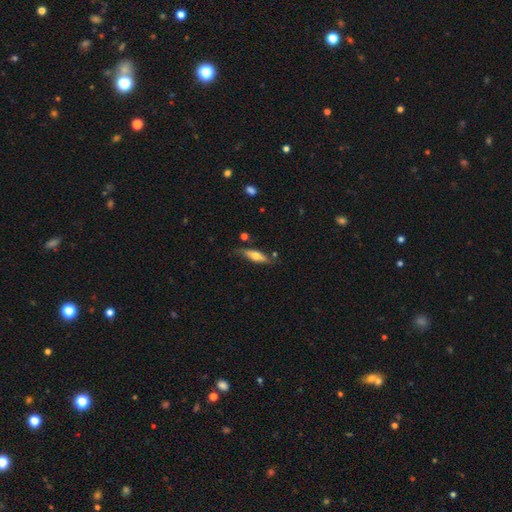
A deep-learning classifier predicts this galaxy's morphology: Smooth or featured: smooth — 52% (featured or disk — 42%)
How rounded: cigar-shaped — 58% (in between — 39%)
Merging: none — 73% (minor disturbance — 19%)